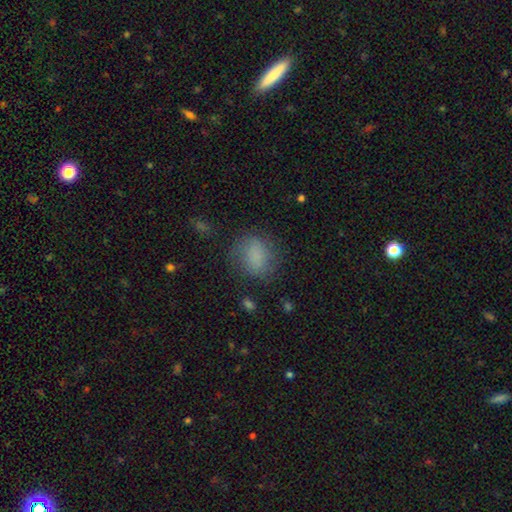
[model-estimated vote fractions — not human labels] A smooth galaxy with no disk features (77%) that is round (56%). Merging: none (69%).